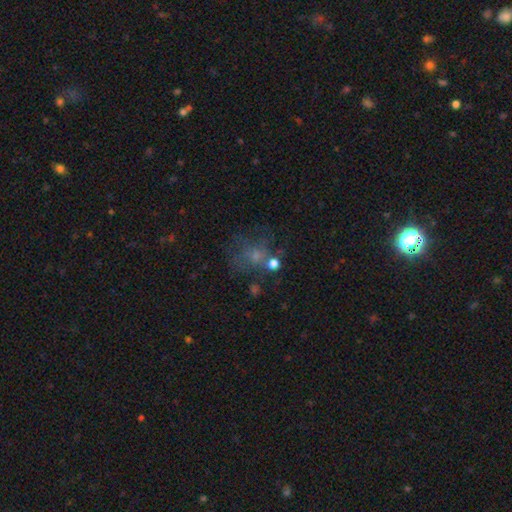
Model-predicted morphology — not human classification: This appears to be a smooth galaxy with no disk features (45%). Merging: none (43%).